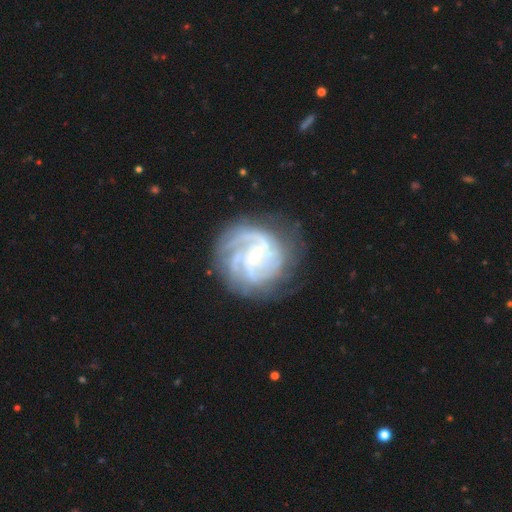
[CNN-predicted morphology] This appears to be a featured or disk galaxy (88%) with a weak bar (55%), can't tell (26%, tied with 3) tight (58%) spiral arms (96%) and a small central bulge (55%). Merging: none (71%).